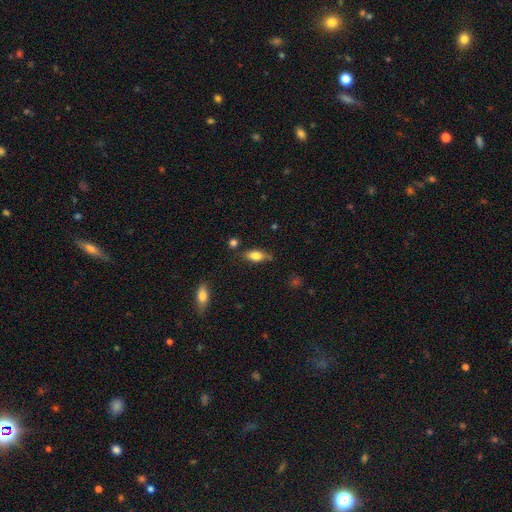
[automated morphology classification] This is likely a smooth galaxy (74%). How rounded: likely in between (79%). Merging: likely none (72%).